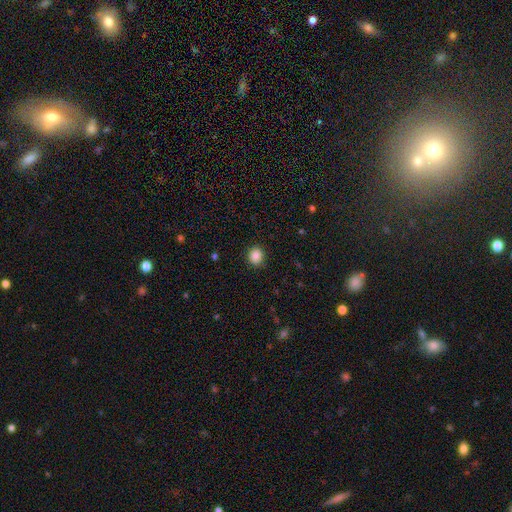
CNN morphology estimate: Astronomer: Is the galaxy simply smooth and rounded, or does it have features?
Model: smooth — 87%.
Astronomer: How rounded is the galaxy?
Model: round — 72%.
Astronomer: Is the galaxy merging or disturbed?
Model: none — 90%.